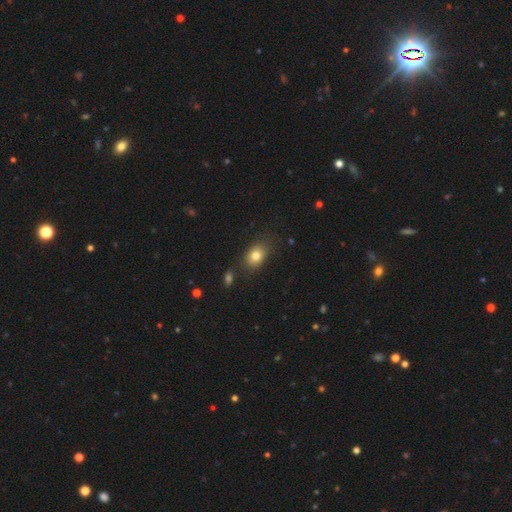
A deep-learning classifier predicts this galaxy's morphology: This appears to be a smooth galaxy with no disk features (80%) that is in between round and cigar-shaped (72%). Merging: none (75%).